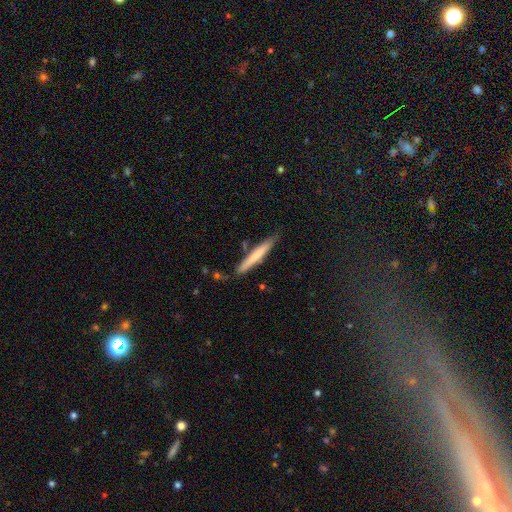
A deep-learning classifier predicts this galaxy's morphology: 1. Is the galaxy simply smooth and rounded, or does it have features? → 68% smooth, 27% featured or disk, 5% star or artifact.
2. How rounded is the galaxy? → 95% cigar-shaped, 3% in between, 1% round.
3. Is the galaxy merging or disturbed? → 80% none, 14% minor disturbance, 3% merger, 2% major disturbance.